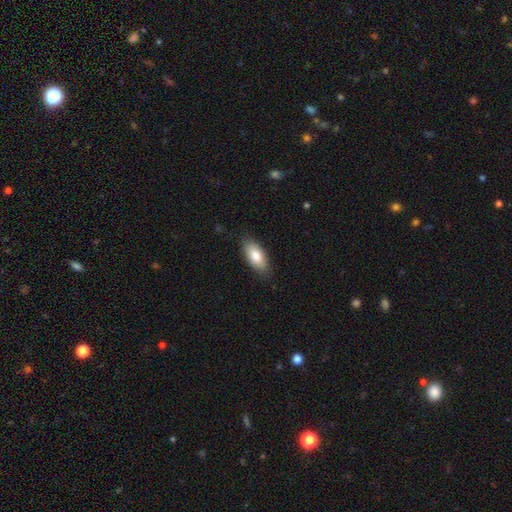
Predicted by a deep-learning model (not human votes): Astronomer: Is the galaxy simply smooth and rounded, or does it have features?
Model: smooth — 82%.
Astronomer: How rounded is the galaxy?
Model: in between — 87%.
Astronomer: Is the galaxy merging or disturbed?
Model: none — 84%.